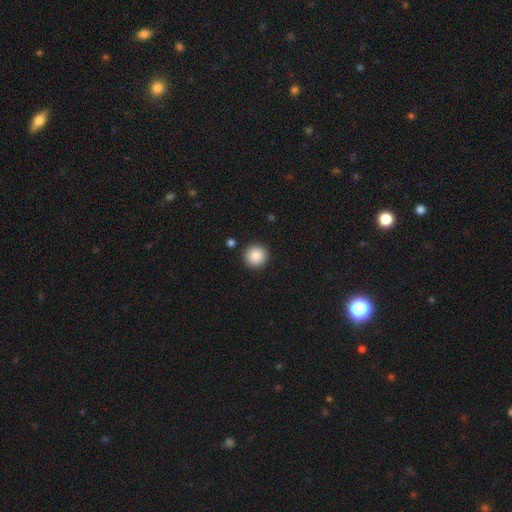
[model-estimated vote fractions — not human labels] Smooth or featured? smooth (88%)
How rounded? round (95%)
Merging? none (91%)